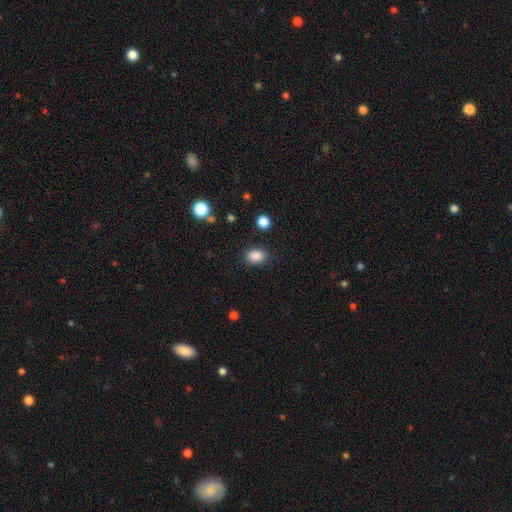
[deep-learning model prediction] This appears to be a smooth galaxy with no disk features (86%) that is in between round and cigar-shaped (73%). Merging: none (84%).